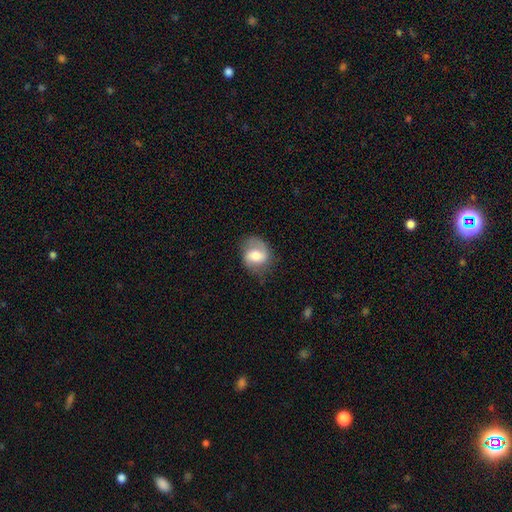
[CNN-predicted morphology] type=featured or disk (51%); edge-on=no (96%); merging=none (70%).